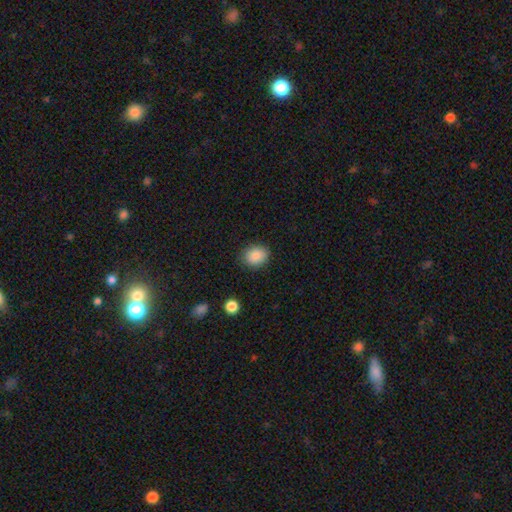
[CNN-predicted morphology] Smooth or featured?
  - smooth: 86% *
  - star or artifact: 8%
  - featured or disk: 5%
How rounded?
  - round: 53% *
  - in between: 46%
  - cigar-shaped: 1%
Merging?
  - none: 86% *
  - minor disturbance: 10%
  - major disturbance: 2%
  - merger: 1%